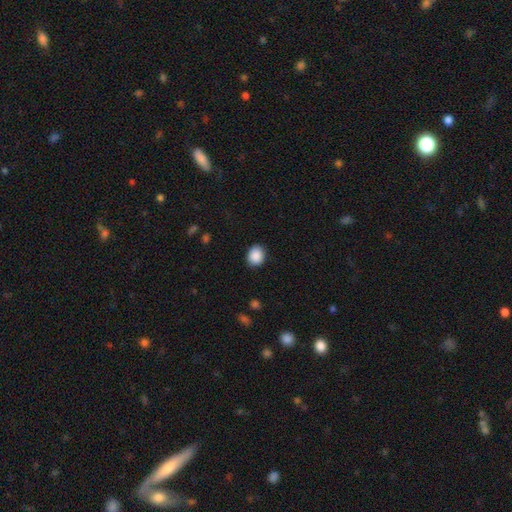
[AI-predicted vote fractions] Smooth or featured: smooth — 89% (star or artifact — 8%)
How rounded: round — 57% (in between — 42%)
Merging: none — 86% (minor disturbance — 11%)